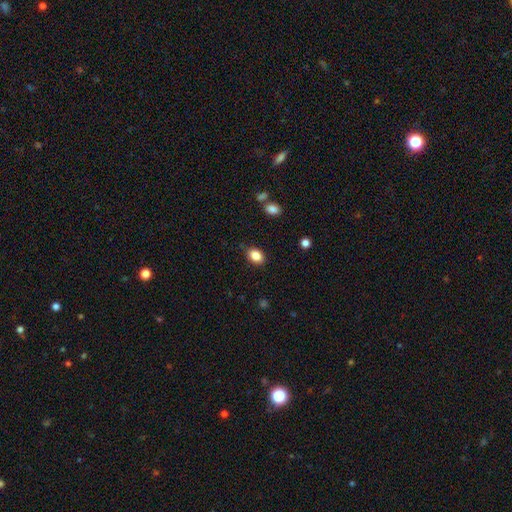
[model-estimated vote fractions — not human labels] Smooth or featured? Predicted: smooth (p=0.86). How rounded? Predicted: in between (p=0.78). Merging? Predicted: none (p=0.87).